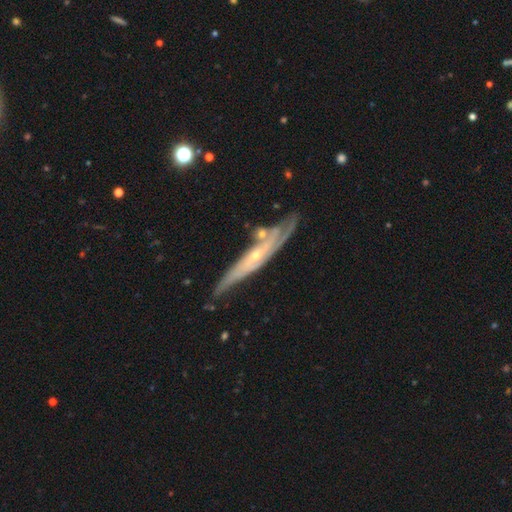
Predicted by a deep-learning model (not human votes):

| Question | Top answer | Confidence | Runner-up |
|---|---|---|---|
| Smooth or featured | featured or disk | 81% | smooth (13%) |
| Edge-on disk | yes | 55% | no (45%) |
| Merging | none | 61% | minor disturbance (21%) |